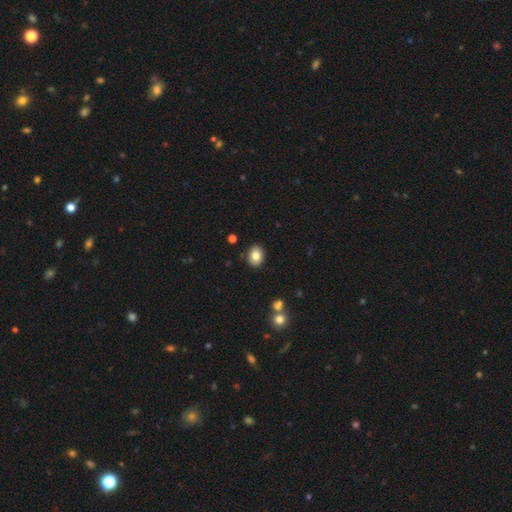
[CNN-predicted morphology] A smooth galaxy with no disk features (82%) that is in between round and cigar-shaped (54%). Merging: none (88%).